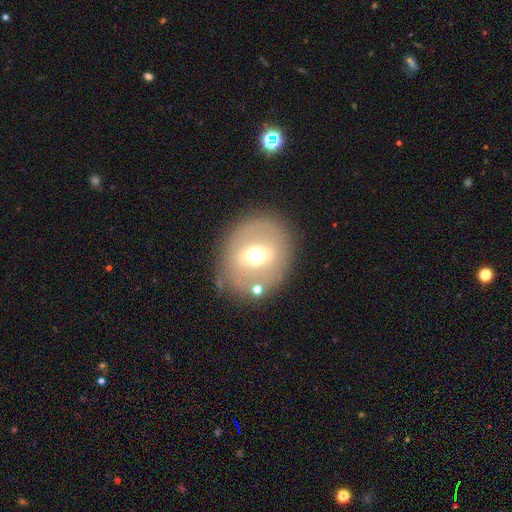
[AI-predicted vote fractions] featured or disk 48%, smooth 40%, star or artifact 11%. Down the decision tree: merging — none (79%).